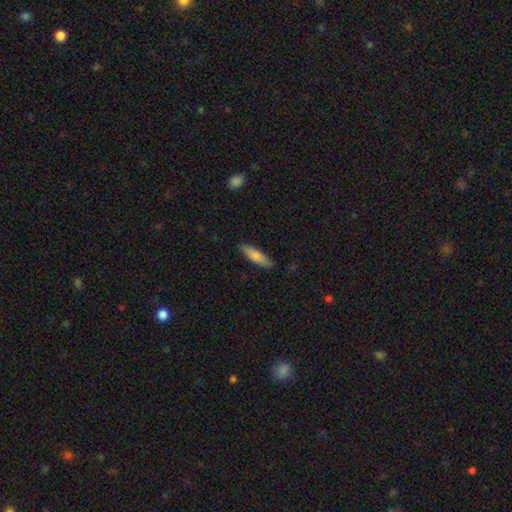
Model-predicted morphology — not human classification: Smooth or featured? smooth (77%)
How rounded? cigar-shaped (68%)
Merging? none (86%)